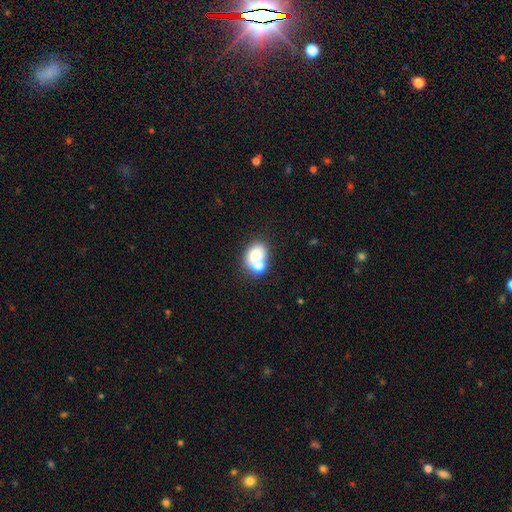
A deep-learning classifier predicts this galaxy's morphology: Smooth or featured? Predicted: smooth (p=0.71). How rounded? Predicted: in between (p=0.56). Merging? Predicted: merger (p=0.50).